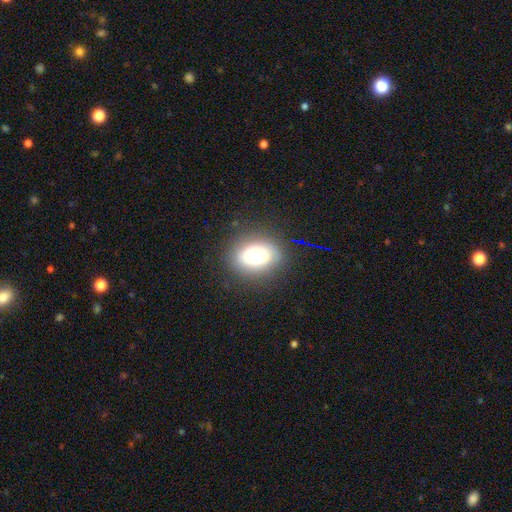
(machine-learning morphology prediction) A smooth galaxy with no disk features (69%) that is in between round and cigar-shaped (58%). Merging: none (82%).